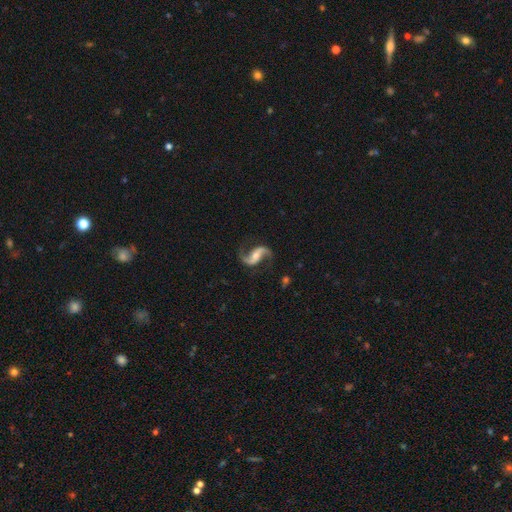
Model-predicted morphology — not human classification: Overall: featured or disk (92%). Edge-on disk: no (97%). Bar: no (38%; weak 33%). Spiral arms: yes (98%). Spiral arm count: 2 (94%). Spiral winding: loose (70%). Bulge size: moderate (54%; small 38%). Merging: none (81%).